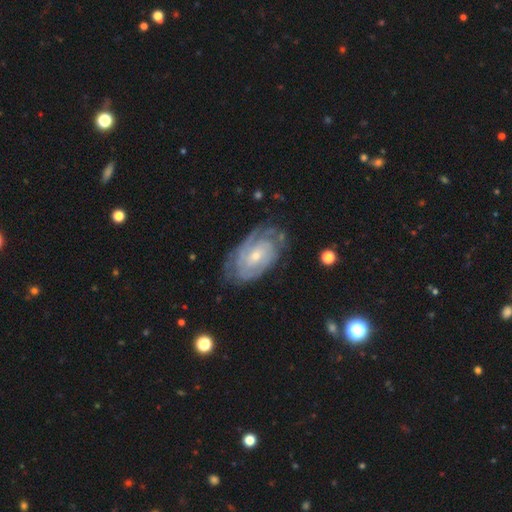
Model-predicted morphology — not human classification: The model was most divided on "spiral arm count": can't tell: 40%, 2: 29%, 3: 15%, 4: 7%, 1: 5%, more than 4: 4%. More confident: edge-on disk — no (96%); spiral arms — yes (93%); smooth or featured — featured or disk (83%); spiral winding — tight (70%); merging — none (68%); bulge size — small (64%); bar — no (61%).